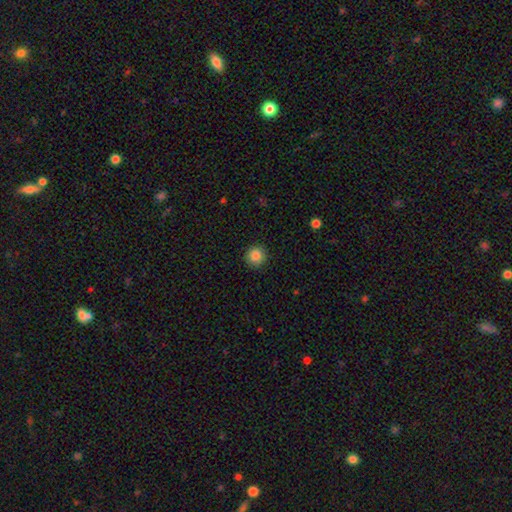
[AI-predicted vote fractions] smooth_or_featured: smooth (p=0.85) [alt: star or artifact p=0.10]
how_rounded: round (p=0.95) [alt: in between p=0.04]
merging: none (p=0.92) [alt: minor disturbance p=0.05]